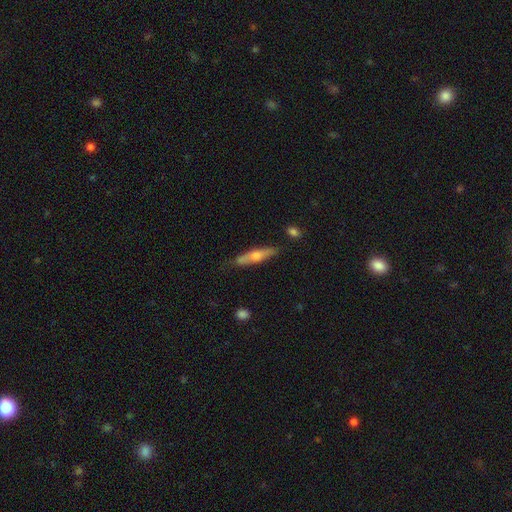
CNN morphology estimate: This is possibly a smooth galaxy (48%). Merging: likely none (76%).